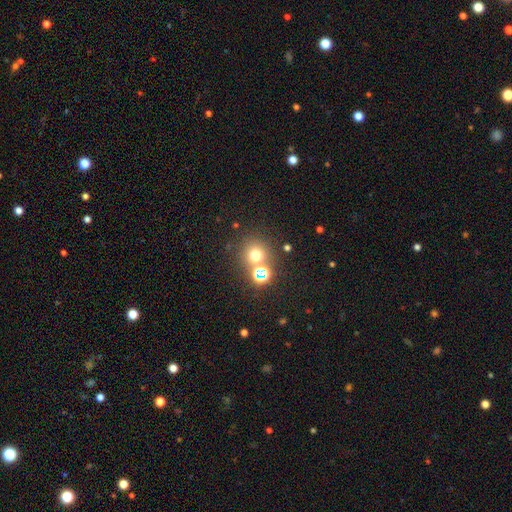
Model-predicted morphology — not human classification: Q: Smooth or featured?
A: smooth (66%); runner-up: star or artifact (25%)
Q: How rounded?
A: round (90%); runner-up: in between (9%)
Q: Merging?
A: none (68%); runner-up: merger (21%)